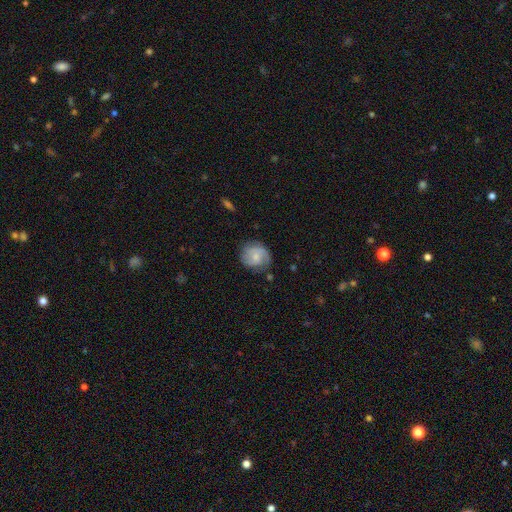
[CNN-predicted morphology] This appears to be a featured or disk galaxy (53%) with no bar (60%), spiral arms (86%) and a small central bulge (51%). Merging: none (67%).